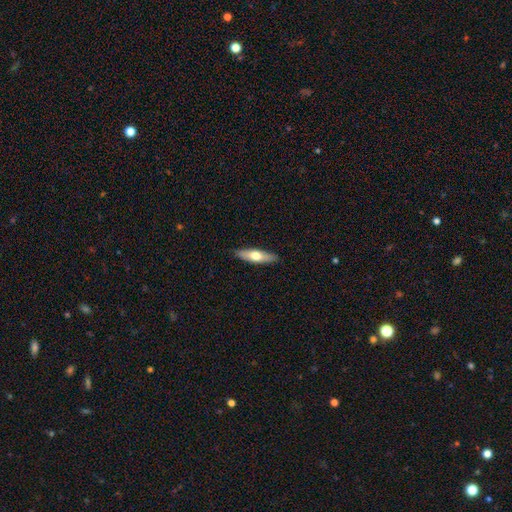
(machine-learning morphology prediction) smooth_or_featured: smooth (p=0.57) [alt: featured or disk p=0.37]
how_rounded: cigar-shaped (p=0.60) [alt: in between p=0.38]
merging: none (p=0.88) [alt: minor disturbance p=0.09]